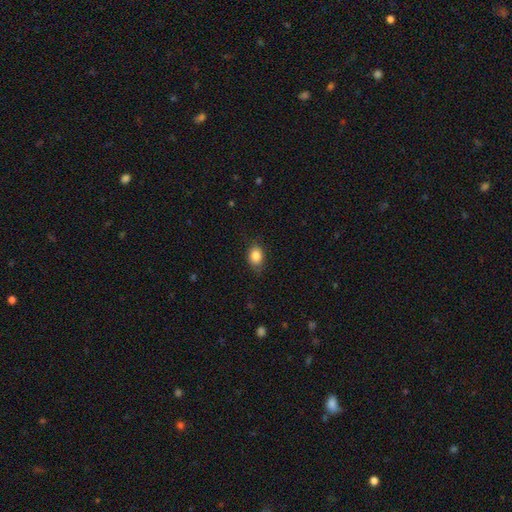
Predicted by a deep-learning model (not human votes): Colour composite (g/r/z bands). It shows a smooth galaxy with no disk features (85%) that is in between round and cigar-shaped (72%). Merging: none (78%).